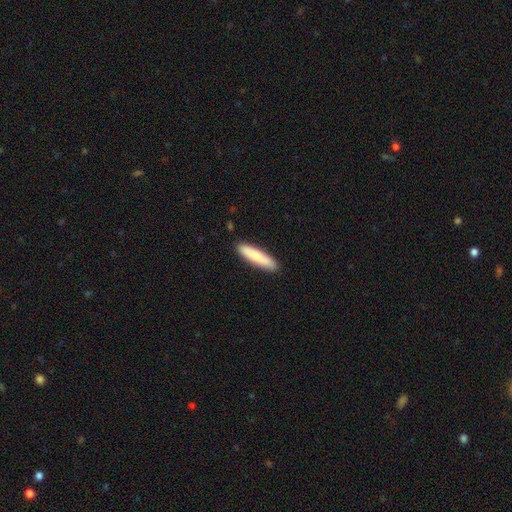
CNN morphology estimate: The model was most divided on "smooth or featured": smooth: 81%, featured or disk: 14%, star or artifact: 5%. More confident: merging — none (89%); how rounded — cigar-shaped (84%).